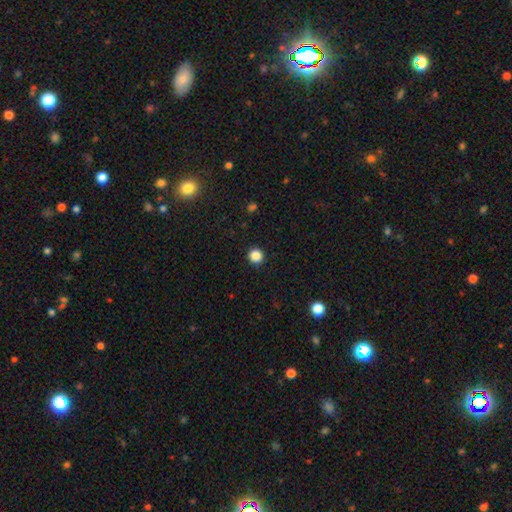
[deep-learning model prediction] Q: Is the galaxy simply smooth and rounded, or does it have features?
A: smooth — 86%.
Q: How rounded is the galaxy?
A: round — 95%.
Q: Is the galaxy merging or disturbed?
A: none — 93%.